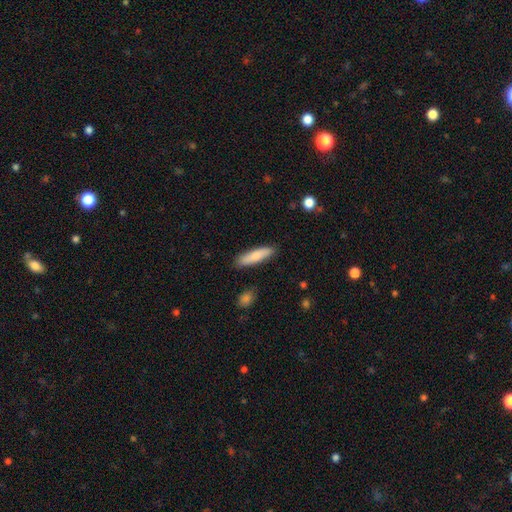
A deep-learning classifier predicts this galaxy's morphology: Smooth or featured? smooth (78%)
How rounded? cigar-shaped (70%)
Merging? none (87%)